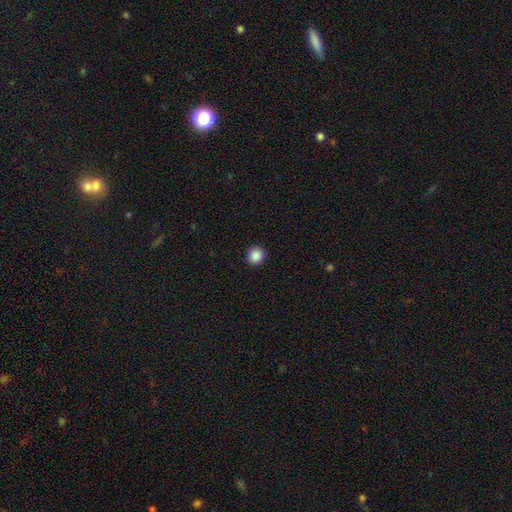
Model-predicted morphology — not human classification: Smooth or featured? Predicted: smooth (p=0.88). How rounded? Predicted: round (p=0.92). Merging? Predicted: none (p=0.93).